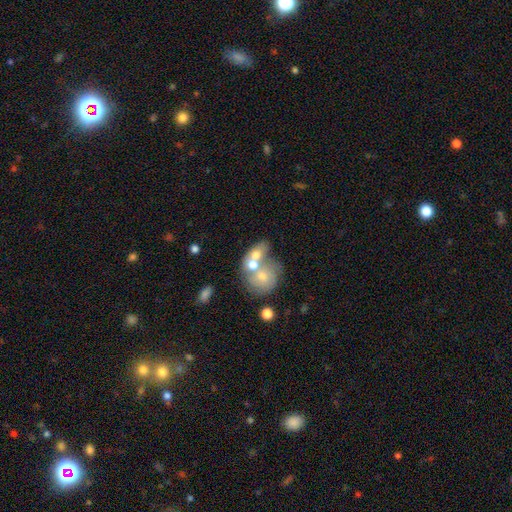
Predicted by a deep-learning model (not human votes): Morphology: type=smooth (53%); roundness=in between (50%); merging=merger (68%).